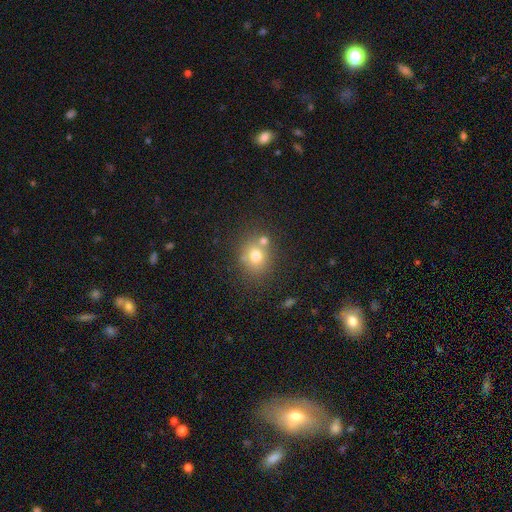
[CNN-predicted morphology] type=smooth (72%); roundness=round (72%); merging=none (62%).